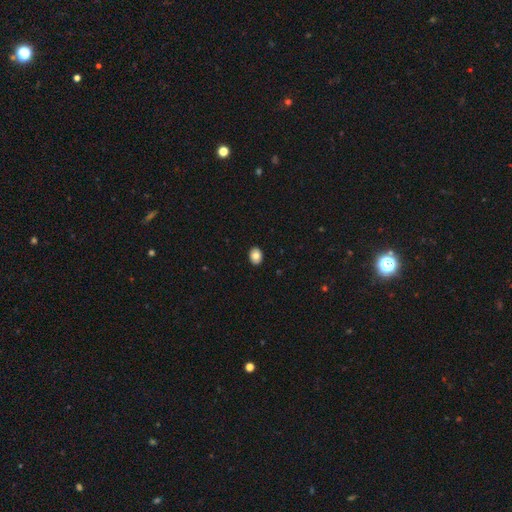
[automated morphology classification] smooth_or_featured: smooth (p=0.82) [alt: featured or disk p=0.10]
how_rounded: in between (p=0.65) [alt: round p=0.34]
merging: none (p=0.91) [alt: minor disturbance p=0.07]